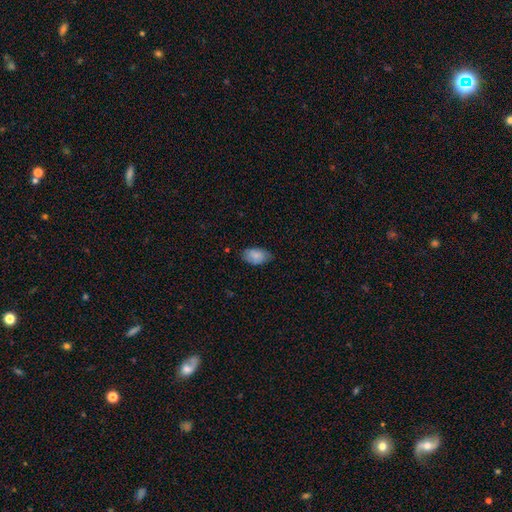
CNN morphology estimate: Smooth or featured? smooth (81%)
How rounded? in between (92%)
Merging? none (69%)